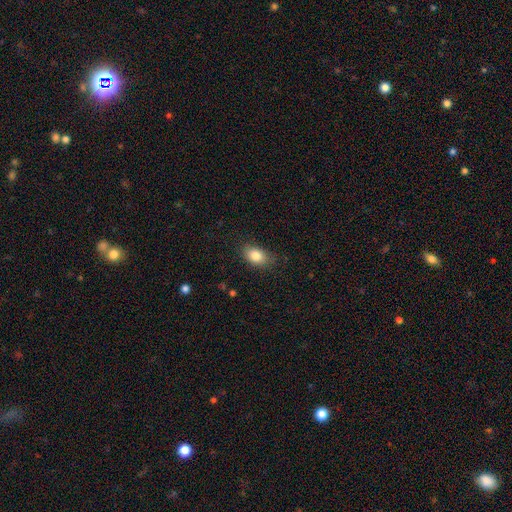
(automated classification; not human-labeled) Smooth or featured?
  - smooth: 83% *
  - star or artifact: 9%
  - featured or disk: 8%
How rounded?
  - in between: 84% *
  - round: 14%
  - cigar-shaped: 2%
Merging?
  - none: 80% *
  - minor disturbance: 15%
  - major disturbance: 3%
  - merger: 1%